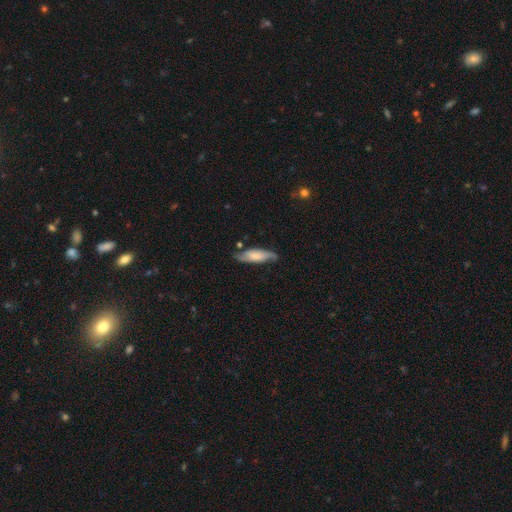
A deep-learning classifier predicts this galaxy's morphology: Overall: featured or disk (48%; smooth 46%). Merging: none (68%).